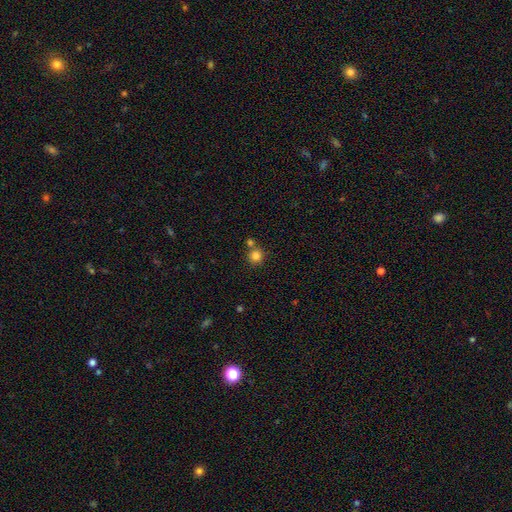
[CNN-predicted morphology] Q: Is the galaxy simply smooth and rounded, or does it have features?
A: smooth — 83%.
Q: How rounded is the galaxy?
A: round — 92%.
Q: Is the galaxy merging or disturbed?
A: none — 68%.